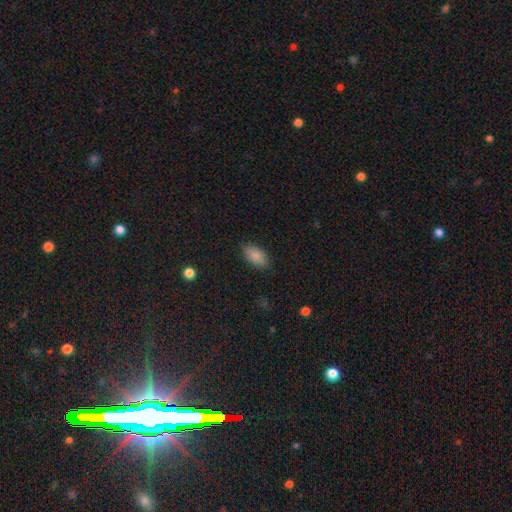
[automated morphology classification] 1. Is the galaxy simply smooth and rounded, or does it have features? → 86% smooth, 8% star or artifact, 6% featured or disk.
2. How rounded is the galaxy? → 92% in between, 5% round, 3% cigar-shaped.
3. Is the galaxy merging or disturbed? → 84% none, 12% minor disturbance, 3% major disturbance, 1% merger.